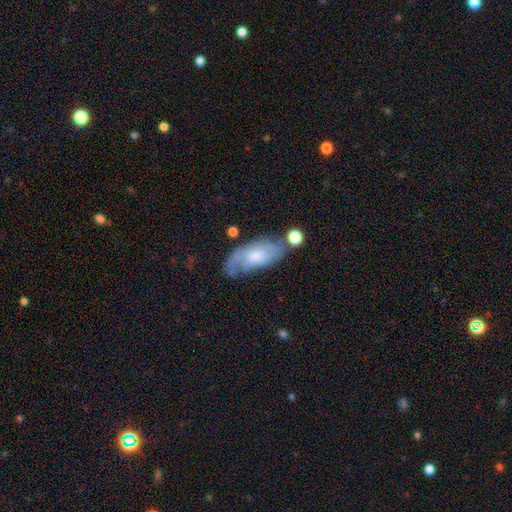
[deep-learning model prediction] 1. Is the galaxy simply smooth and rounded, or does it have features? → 54% featured or disk, 39% smooth, 8% star or artifact.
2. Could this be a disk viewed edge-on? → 87% no, 13% yes.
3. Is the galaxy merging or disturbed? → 55% none, 25% minor disturbance, 12% major disturbance, 8% merger.